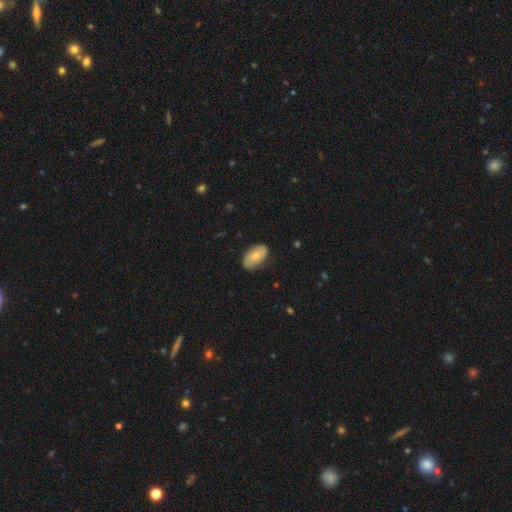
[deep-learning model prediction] smooth-or-featured: smooth: 61% | featured or disk: 32% | star or artifact: 6%
  how-rounded: in between: 93% | round: 5% | cigar-shaped: 2%
  merging: none: 78% | minor disturbance: 18% | major disturbance: 3% | merger: 1%